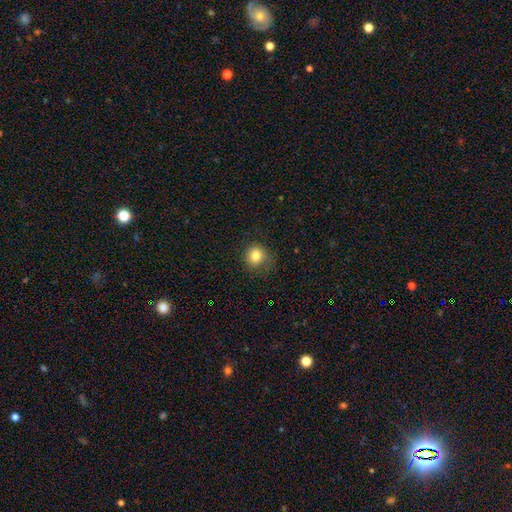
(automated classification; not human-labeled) A smooth galaxy with no disk features (81%) that is round (85%).

Vote fractions:
- Smooth or featured? smooth: 81% / star or artifact: 12% / featured or disk: 8%
- How rounded? round: 85% / in between: 14% / cigar-shaped: 1%
- Merging? none: 72% / minor disturbance: 19% / major disturbance: 8% / merger: 1%